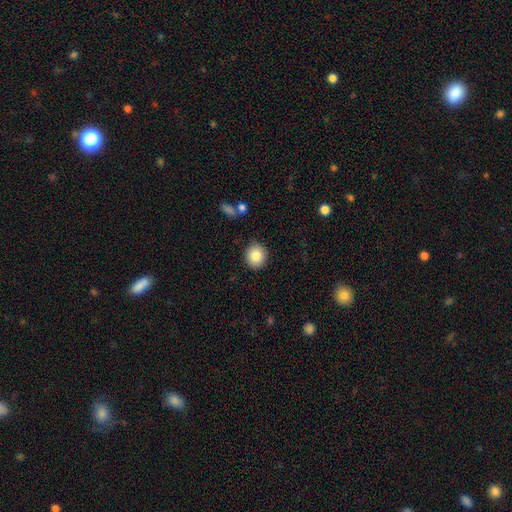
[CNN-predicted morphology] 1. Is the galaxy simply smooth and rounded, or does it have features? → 85% smooth, 9% star or artifact, 7% featured or disk.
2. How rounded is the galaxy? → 86% round, 13% in between, 1% cigar-shaped.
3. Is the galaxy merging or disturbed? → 89% none, 8% minor disturbance, 2% major disturbance, 2% merger.